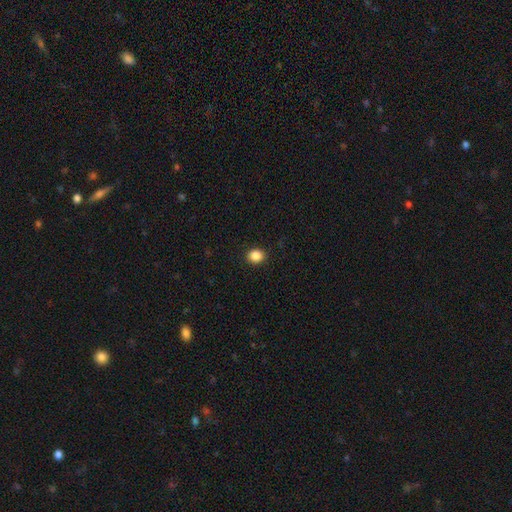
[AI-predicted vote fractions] This is clearly a smooth galaxy (87%). How rounded: likely round (63%). Merging: clearly none (91%).